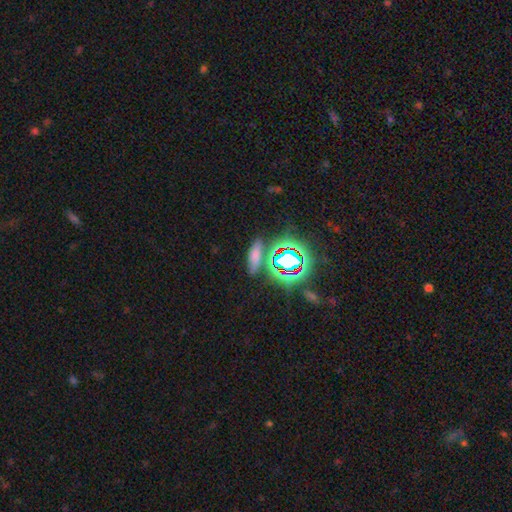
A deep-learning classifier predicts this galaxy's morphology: Smooth or featured? smooth (54%)
How rounded? in between (52%)
Merging? none (73%)